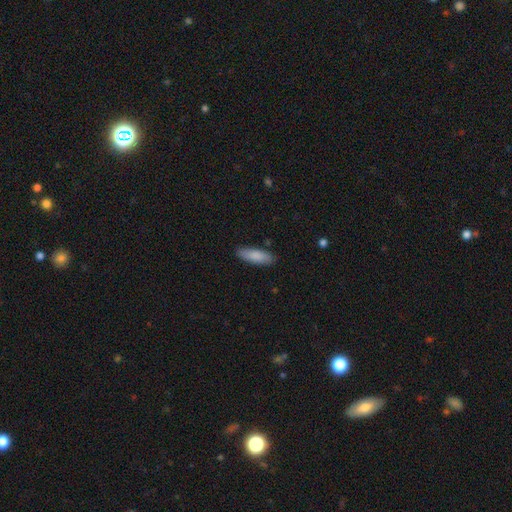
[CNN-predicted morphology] This is clearly a smooth galaxy (86%). How rounded: possibly in between (54%). Merging: clearly none (86%).